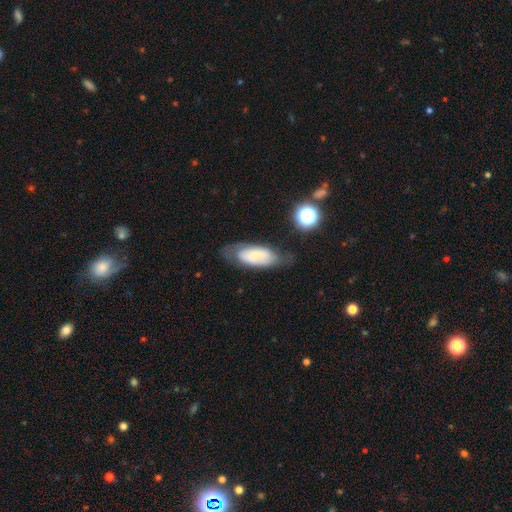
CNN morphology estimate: This is possibly a smooth galaxy (49%). Merging: possibly none (60%).